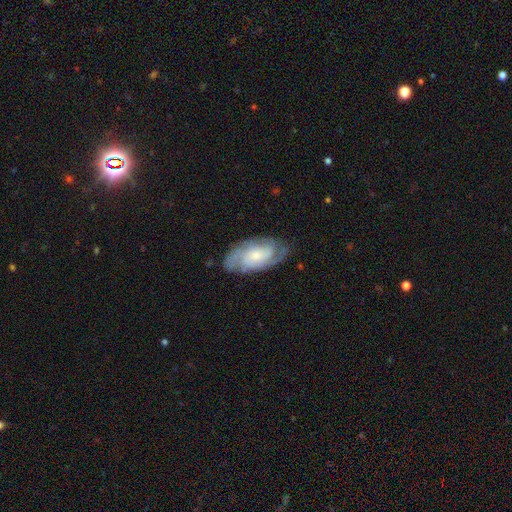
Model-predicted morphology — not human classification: A featured or disk galaxy (77%) with no bar (65%), 2 (48%) tight (54%) spiral arms (94%) and a small central bulge (43%).

Vote fractions:
- Smooth or featured? featured or disk: 77% / smooth: 17% / star or artifact: 5%
- Edge-on disk? no: 95% / yes: 5%
- Bar? no: 65% / weak: 29% / strong: 6%
- Spiral arms? yes: 94% / no: 6%
- Spiral winding? tight: 54% / medium: 37% / loose: 9%
- Spiral arm count? 2: 48% / can't tell: 23% / 3: 18% / 4: 5% / 1: 4% / more than 4: 3%
- Bulge size? small: 43% / moderate: 41% / large: 9% / none: 6% / dominant: 2%
- Merging? none: 76% / minor disturbance: 17% / major disturbance: 6% / merger: 1%